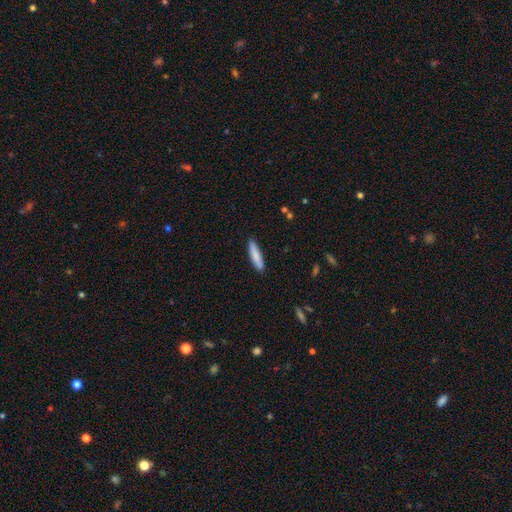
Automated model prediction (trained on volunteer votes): This is clearly a smooth galaxy (83%). How rounded: clearly cigar-shaped (81%). Merging: clearly none (88%).